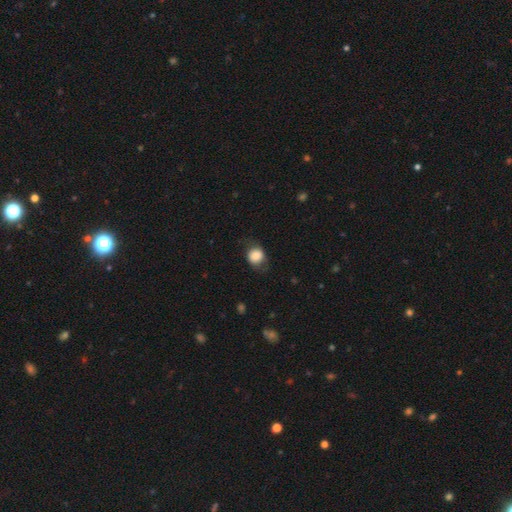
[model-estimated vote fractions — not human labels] Q: Smooth or featured?
A: smooth (80%); runner-up: featured or disk (12%)
Q: How rounded?
A: round (69%); runner-up: in between (30%)
Q: Merging?
A: none (67%); runner-up: minor disturbance (22%)